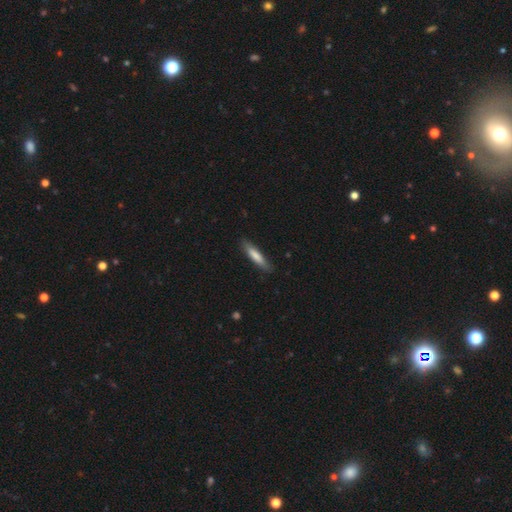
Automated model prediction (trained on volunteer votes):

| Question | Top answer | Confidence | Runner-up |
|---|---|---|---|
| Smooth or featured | smooth | 75% | featured or disk (20%) |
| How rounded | cigar-shaped | 85% | in between (14%) |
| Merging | none | 85% | minor disturbance (11%) |